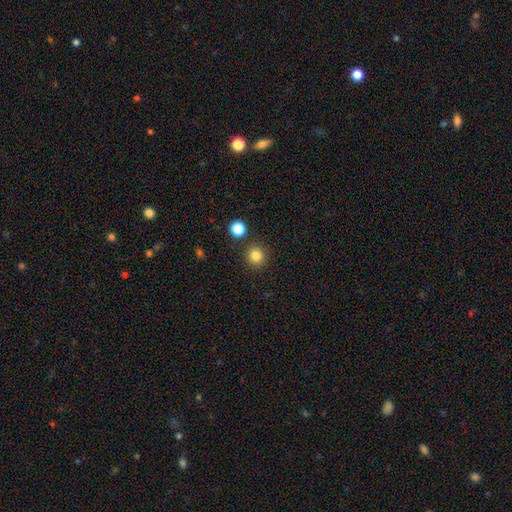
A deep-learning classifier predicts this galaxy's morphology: Smooth or featured: smooth — 84% (star or artifact — 12%)
How rounded: round — 92% (in between — 7%)
Merging: none — 89% (minor disturbance — 6%)